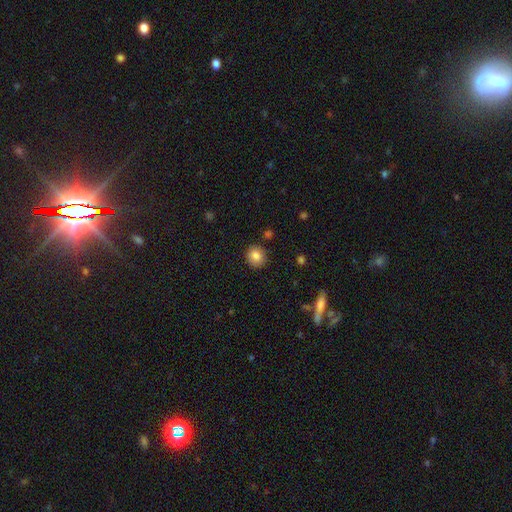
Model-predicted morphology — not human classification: Q: Smooth or featured?
A: smooth (85%); runner-up: star or artifact (9%)
Q: How rounded?
A: round (82%); runner-up: in between (17%)
Q: Merging?
A: none (87%); runner-up: minor disturbance (9%)